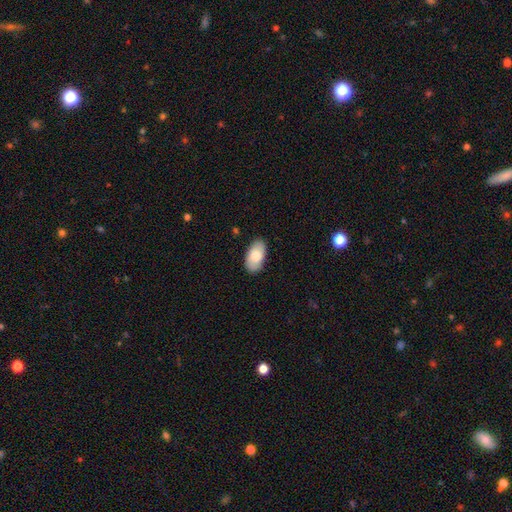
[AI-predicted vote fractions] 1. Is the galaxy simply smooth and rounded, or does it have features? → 77% smooth, 17% featured or disk, 6% star or artifact.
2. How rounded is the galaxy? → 95% in between, 3% round, 2% cigar-shaped.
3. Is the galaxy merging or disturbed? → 86% none, 11% minor disturbance, 2% major disturbance, 1% merger.